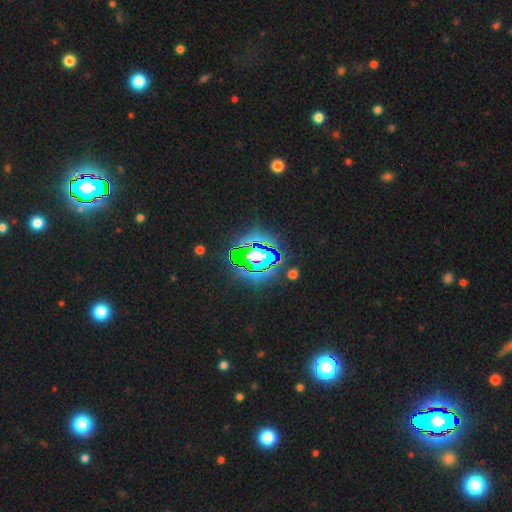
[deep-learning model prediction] This is likely a star or artifact rather than a galaxy (67%).